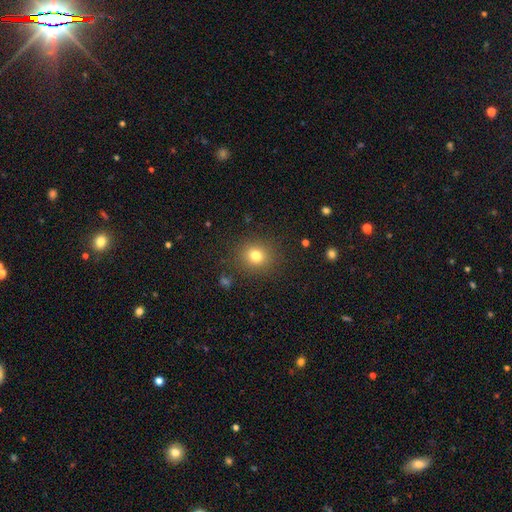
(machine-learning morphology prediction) Smooth or featured? smooth (79%)
How rounded? round (79%)
Merging? none (87%)